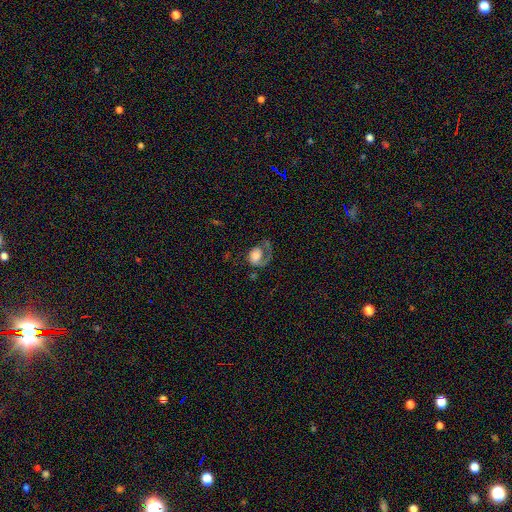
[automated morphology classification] The model was most divided on "merging": major disturbance: 46%, none: 32%, minor disturbance: 17%, merger: 5%. Remaining: edge-on disk — no (97%); spiral arms — yes (82%); bar — no (77%); smooth or featured — featured or disk (54%); bulge size — large (39%).